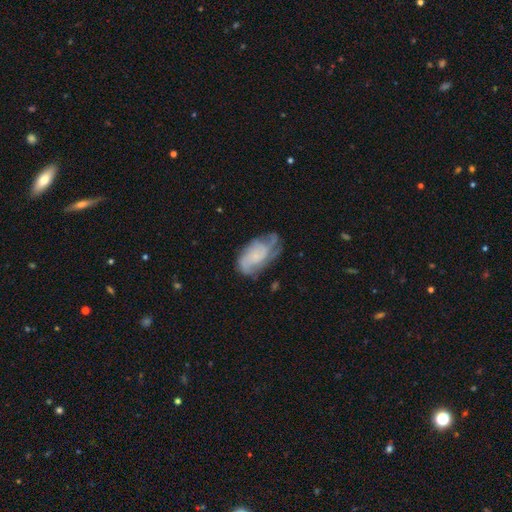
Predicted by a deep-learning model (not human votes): The model was most divided on "spiral winding": tight: 41%, medium: 39%, loose: 20%. Remaining: edge-on disk — no (96%); spiral arms — yes (87%); bar — no (73%); smooth or featured — featured or disk (66%); merging — none (50%); bulge size — small (43%); spiral arm count — can't tell (35%).